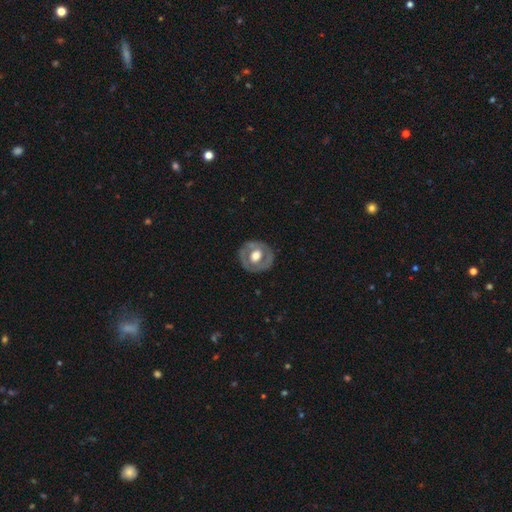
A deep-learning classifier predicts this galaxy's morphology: Smooth or featured?
  - featured or disk: 59% *
  - smooth: 36%
  - star or artifact: 5%
Edge-on disk?
  - no: 95% *
  - yes: 5%
Bar?
  - no: 73% *
  - weak: 20%
  - strong: 7%
Spiral arms?
  - no: 83% *
  - yes: 17%
Bulge size?
  - moderate: 48% *
  - large: 45%
  - small: 3%
  - dominant: 3%
  - none: 1%
Merging?
  - none: 82% *
  - minor disturbance: 12%
  - major disturbance: 5%
  - merger: 1%